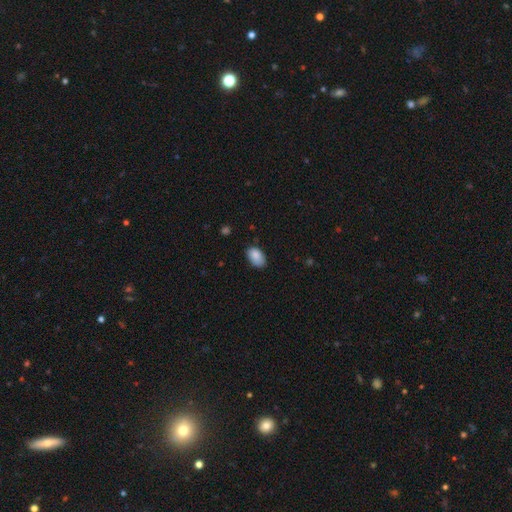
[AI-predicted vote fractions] Smooth or featured? Predicted: smooth (p=0.87). How rounded? Predicted: in between (p=0.91). Merging? Predicted: none (p=0.74).